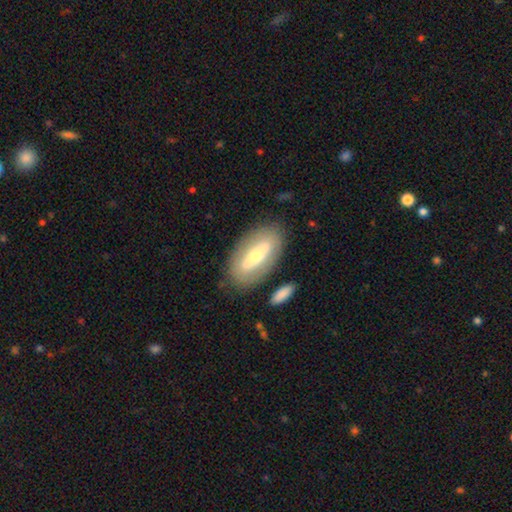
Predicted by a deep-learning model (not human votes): Q: Smooth or featured?
A: featured or disk (53%); runner-up: smooth (41%)
Q: Edge-on disk?
A: no (80%); runner-up: yes (20%)
Q: Merging?
A: none (81%); runner-up: minor disturbance (12%)